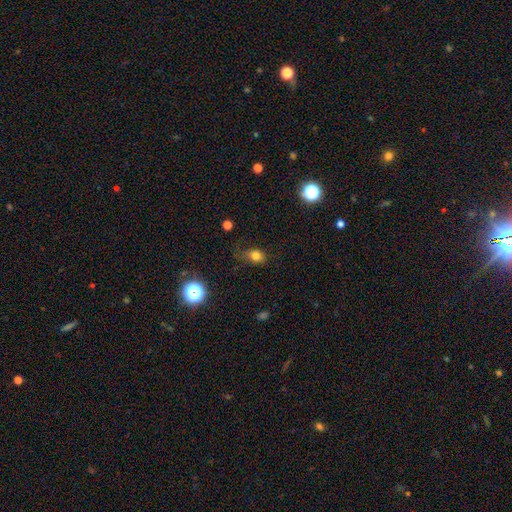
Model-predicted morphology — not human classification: type=smooth (78%); roundness=in between (58%); merging=none (54%).